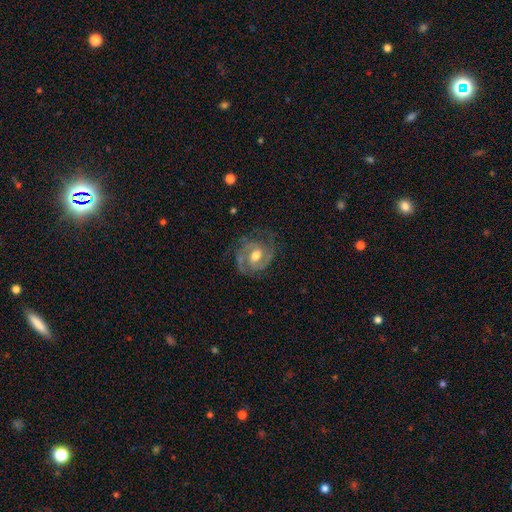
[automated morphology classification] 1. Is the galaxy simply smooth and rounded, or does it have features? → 86% featured or disk, 9% smooth, 5% star or artifact.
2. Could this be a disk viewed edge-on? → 97% no, 3% yes.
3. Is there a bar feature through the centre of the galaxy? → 49% weak, 35% no, 16% strong.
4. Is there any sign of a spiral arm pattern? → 95% yes, 5% no.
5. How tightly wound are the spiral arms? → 46% medium, 44% tight, 10% loose.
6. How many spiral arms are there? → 68% 2, 15% 3, 9% can't tell, 4% 1, 2% 4, 2% more than 4.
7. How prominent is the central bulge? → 73% moderate, 15% small, 9% large, 1% none, 1% dominant.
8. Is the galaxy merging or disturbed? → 69% none, 19% minor disturbance, 10% major disturbance, 1% merger.